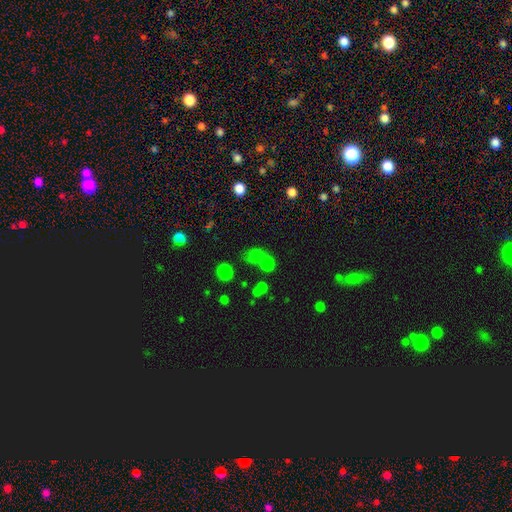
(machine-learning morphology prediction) Overall: smooth (68%). How rounded: round (69%; in between 30%). Merging: none (51%; merger 29%).